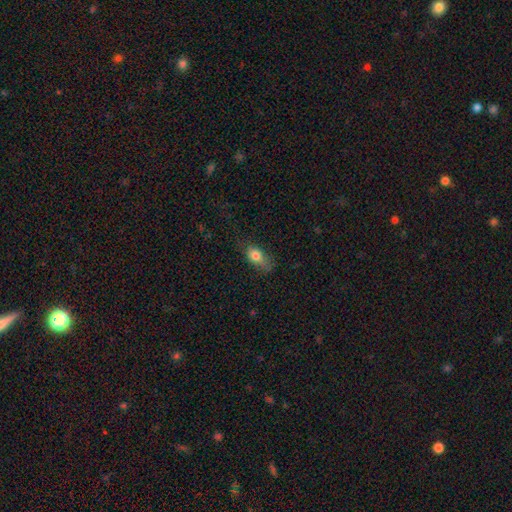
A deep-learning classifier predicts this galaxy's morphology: Smooth or featured?
  - smooth: 78% *
  - featured or disk: 12%
  - star or artifact: 10%
How rounded?
  - in between: 80% *
  - round: 15%
  - cigar-shaped: 6%
Merging?
  - none: 53% *
  - minor disturbance: 31%
  - major disturbance: 14%
  - merger: 2%